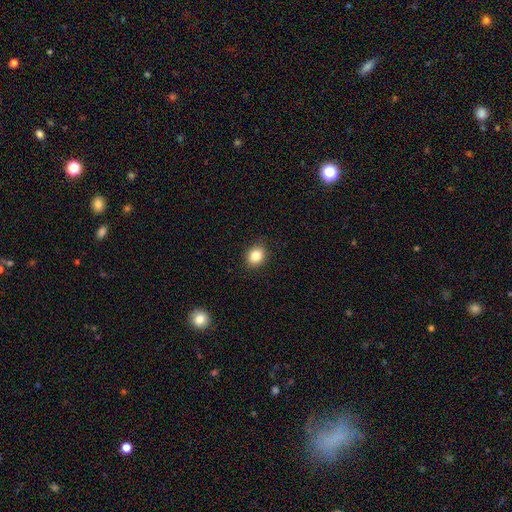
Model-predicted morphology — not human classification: Q: Smooth or featured?
A: smooth (84%); runner-up: star or artifact (10%)
Q: How rounded?
A: round (54%); runner-up: in between (45%)
Q: Merging?
A: none (89%); runner-up: minor disturbance (8%)